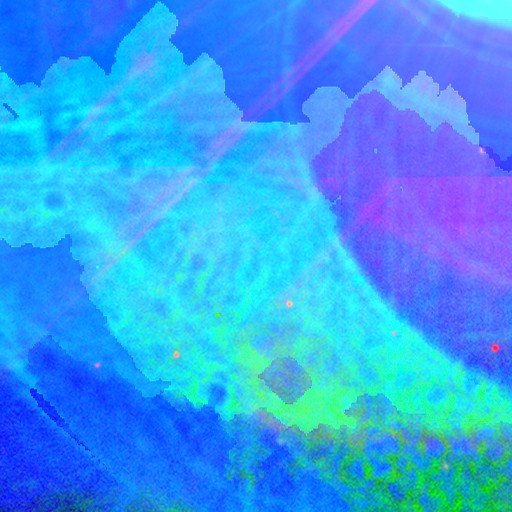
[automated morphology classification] Smooth or featured?
  - star or artifact: 83% *
  - featured or disk: 9%
  - smooth: 7%